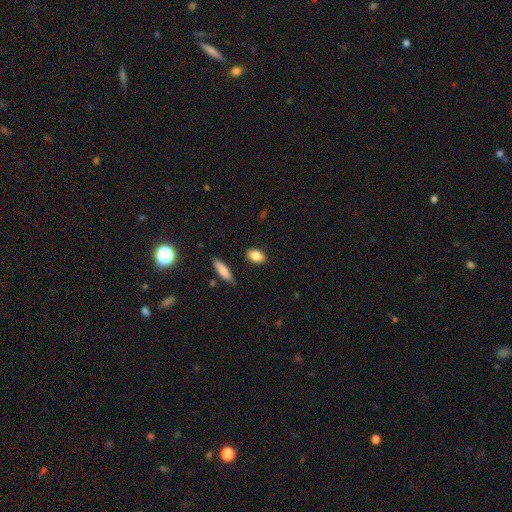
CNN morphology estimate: type=smooth (85%); roundness=in between (86%); merging=none (86%).